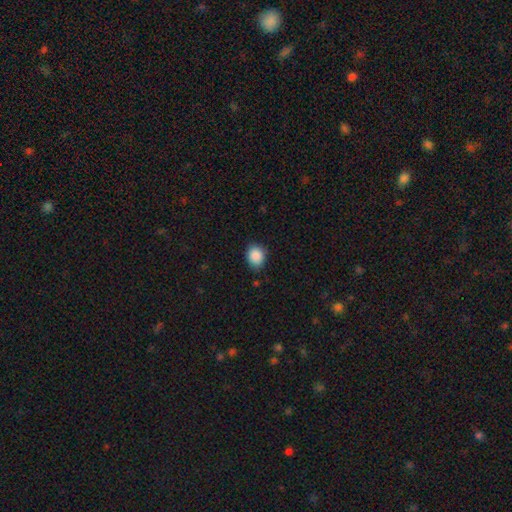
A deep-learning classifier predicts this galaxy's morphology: Smooth or featured? Predicted: smooth (p=0.88). How rounded? Predicted: round (p=0.54). Merging? Predicted: none (p=0.80).